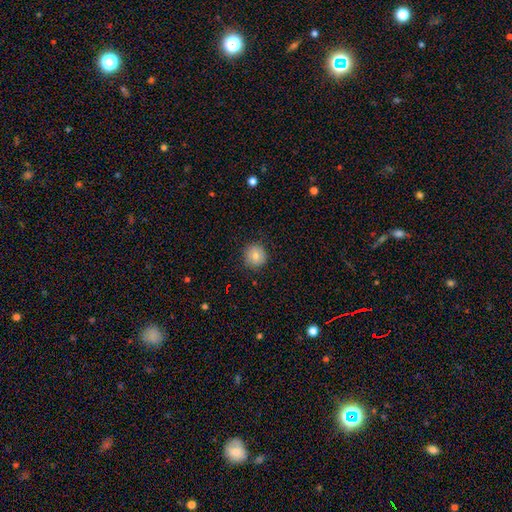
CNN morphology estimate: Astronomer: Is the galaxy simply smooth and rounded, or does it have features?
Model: smooth — 78%.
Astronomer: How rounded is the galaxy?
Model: round — 92%.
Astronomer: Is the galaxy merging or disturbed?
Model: none — 85%.